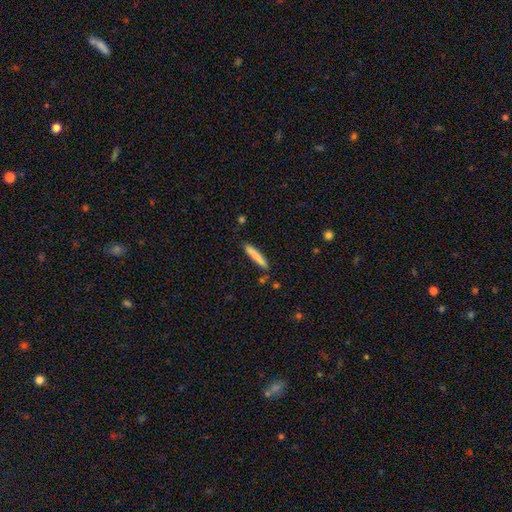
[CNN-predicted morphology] smooth_or_featured: smooth (p=0.81) [alt: featured or disk p=0.13]
how_rounded: cigar-shaped (p=0.92) [alt: in between p=0.07]
merging: none (p=0.85) [alt: minor disturbance p=0.10]